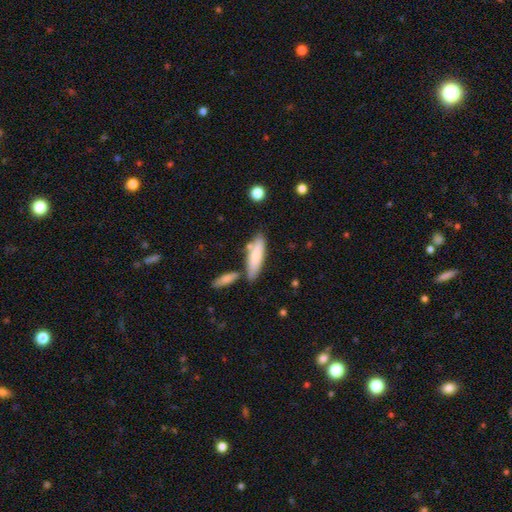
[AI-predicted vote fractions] Overall: smooth (74%). How rounded: cigar-shaped (60%; in between 38%). Merging: none (67%).